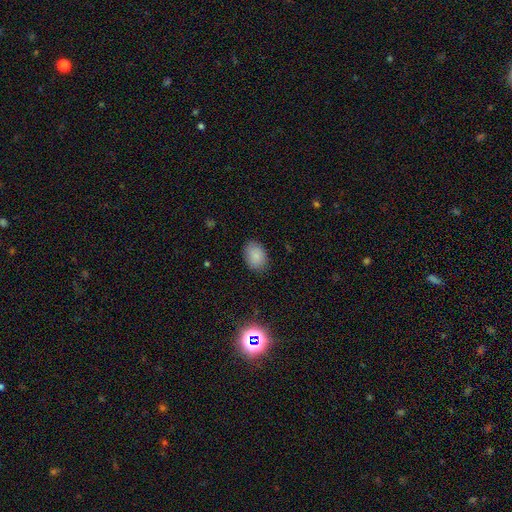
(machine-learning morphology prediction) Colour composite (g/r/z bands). It shows a smooth galaxy with no disk features (86%) that is in between round and cigar-shaped (78%). Merging: none (85%).